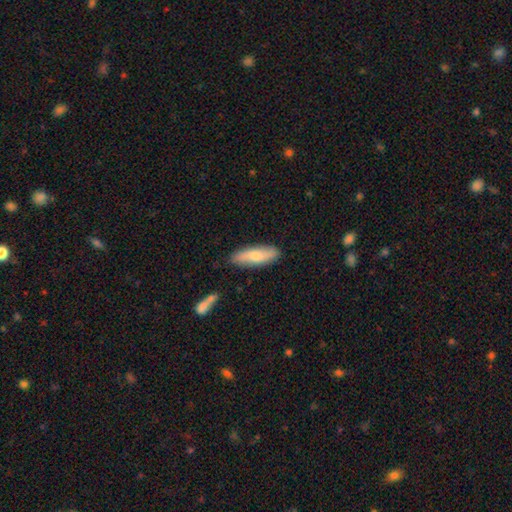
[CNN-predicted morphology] Smooth or featured?
  - smooth: 68% *
  - featured or disk: 27%
  - star or artifact: 6%
How rounded?
  - in between: 51% *
  - cigar-shaped: 46%
  - round: 2%
Merging?
  - none: 84% *
  - minor disturbance: 12%
  - merger: 2%
  - major disturbance: 2%